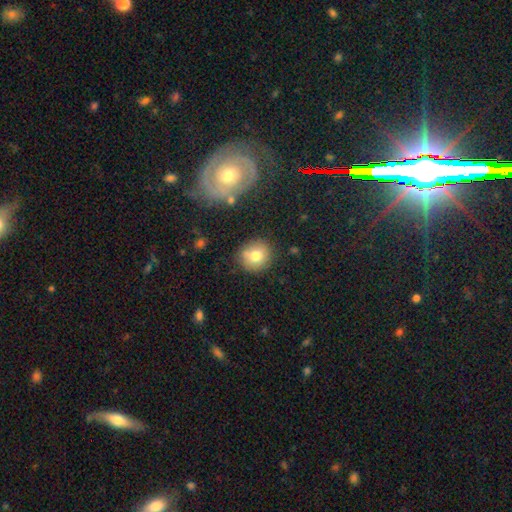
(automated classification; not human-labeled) A smooth galaxy with no disk features (76%) that is round (86%).

Vote fractions:
- Smooth or featured? smooth: 76% / featured or disk: 13% / star or artifact: 11%
- How rounded? round: 86% / in between: 13% / cigar-shaped: 1%
- Merging? none: 81% / minor disturbance: 12% / merger: 4% / major disturbance: 3%